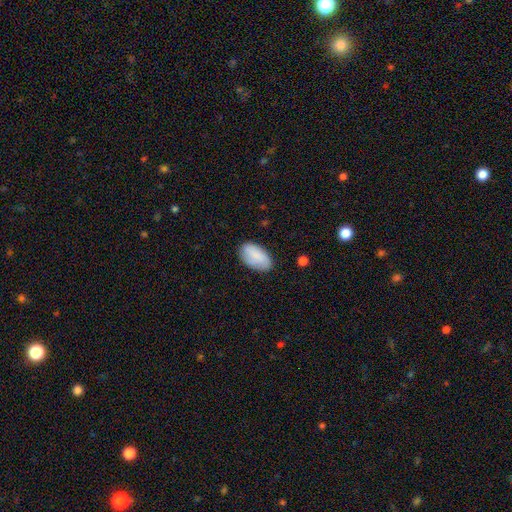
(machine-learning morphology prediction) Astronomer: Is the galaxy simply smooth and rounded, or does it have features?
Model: smooth — 83%.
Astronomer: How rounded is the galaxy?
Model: in between — 95%.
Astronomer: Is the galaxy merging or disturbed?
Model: none — 79%.